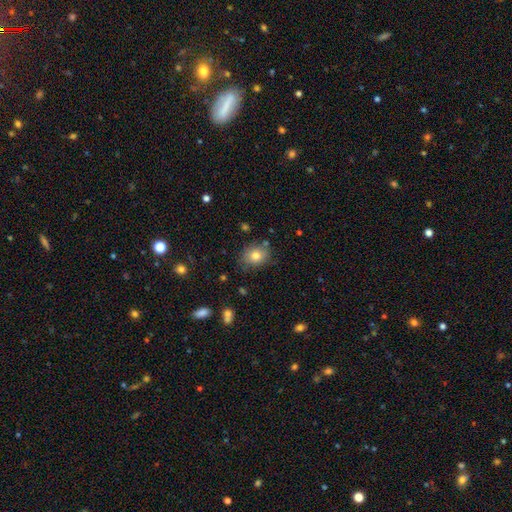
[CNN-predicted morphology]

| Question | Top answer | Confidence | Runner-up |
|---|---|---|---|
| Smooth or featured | smooth | 78% | featured or disk (11%) |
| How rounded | round | 56% | in between (43%) |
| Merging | none | 77% | minor disturbance (16%) |